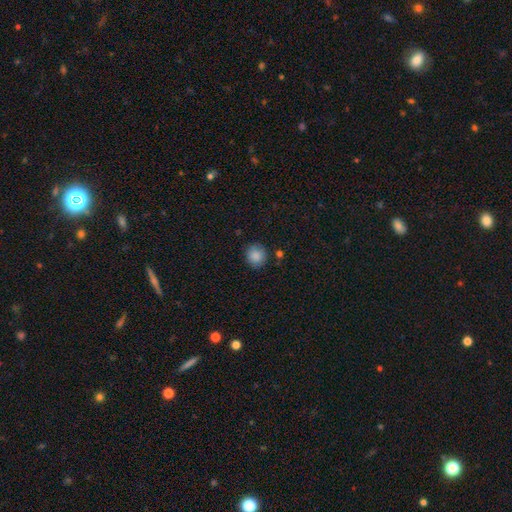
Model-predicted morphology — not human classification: The model was most divided on "how rounded": round: 86%, in between: 13%, cigar-shaped: 1%. More confident: smooth or featured — smooth (88%); merging — none (85%).